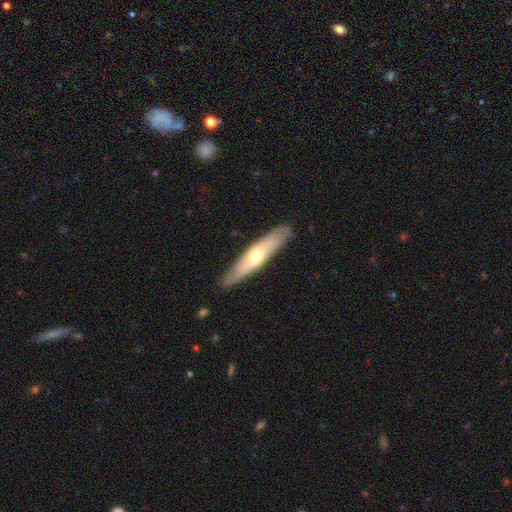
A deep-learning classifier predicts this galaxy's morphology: featured or disk 49%, smooth 46%, star or artifact 5%. Down the decision tree: merging — none (85%).